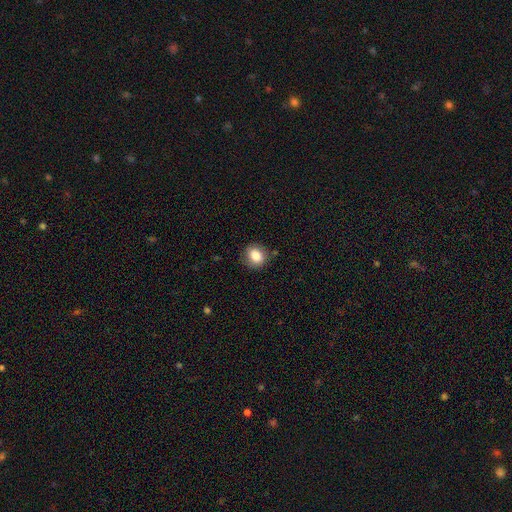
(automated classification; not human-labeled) smooth_or_featured: smooth (p=0.84) [alt: star or artifact p=0.09]
how_rounded: round (p=0.60) [alt: in between p=0.38]
merging: none (p=0.80) [alt: minor disturbance p=0.15]